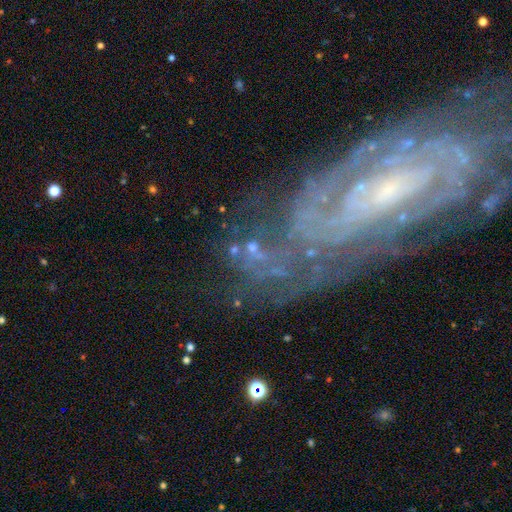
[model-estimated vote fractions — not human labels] A featured or disk galaxy (73%) with no bar (62%), tight (54%) spiral arms (77%) and a small central bulge (46%).

Vote fractions:
- Smooth or featured? featured or disk: 73% / star or artifact: 15% / smooth: 12%
- Edge-on disk? no: 95% / yes: 5%
- Bar? no: 62% / weak: 25% / strong: 13%
- Spiral arms? yes: 77% / no: 23%
- Spiral winding? tight: 54% / medium: 31% / loose: 15%
- Spiral arm count? can't tell: 40% / 2: 21% / 3: 13% / 1: 9% / 4: 9% / more than 4: 8%
- Bulge size? small: 46% / none: 30% / moderate: 18% / large: 4% / dominant: 2%
- Merging? none: 53% / major disturbance: 23% / minor disturbance: 18% / merger: 6%